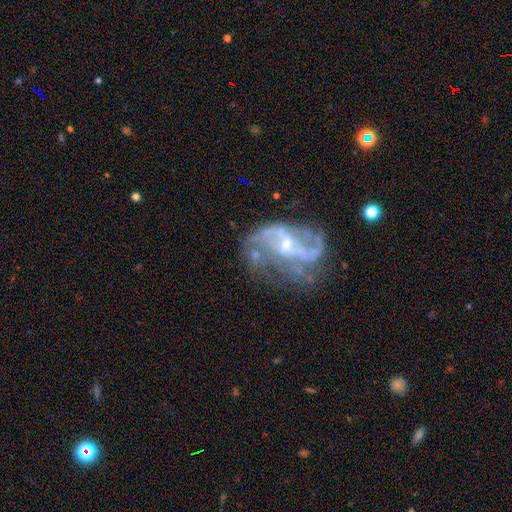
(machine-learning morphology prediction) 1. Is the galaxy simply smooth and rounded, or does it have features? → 85% featured or disk, 9% star or artifact, 6% smooth.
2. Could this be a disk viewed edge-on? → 97% no, 3% yes.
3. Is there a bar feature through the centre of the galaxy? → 46% weak, 32% no, 22% strong.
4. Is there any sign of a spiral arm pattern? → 89% yes, 11% no.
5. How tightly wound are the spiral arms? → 55% loose, 34% medium, 11% tight.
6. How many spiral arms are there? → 55% 2, 18% can't tell, 12% 3, 6% 4, 5% 1, 4% more than 4.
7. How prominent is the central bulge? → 70% small, 23% moderate, 5% none, 1% large, 1% dominant.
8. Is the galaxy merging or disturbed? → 48% none, 26% major disturbance, 20% minor disturbance, 6% merger.